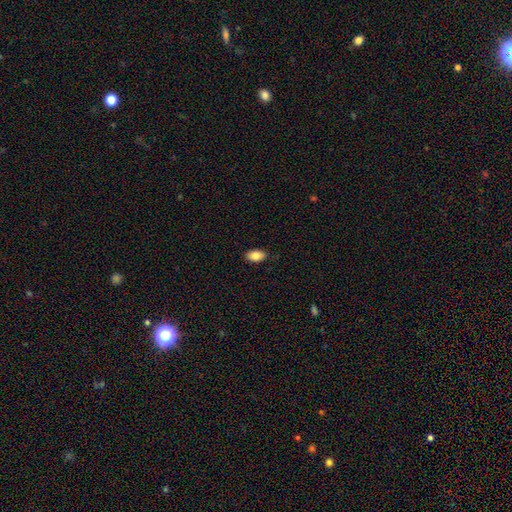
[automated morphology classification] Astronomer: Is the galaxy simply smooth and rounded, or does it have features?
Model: smooth — 86%.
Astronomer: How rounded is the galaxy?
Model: in between — 92%.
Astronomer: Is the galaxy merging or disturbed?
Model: none — 87%.